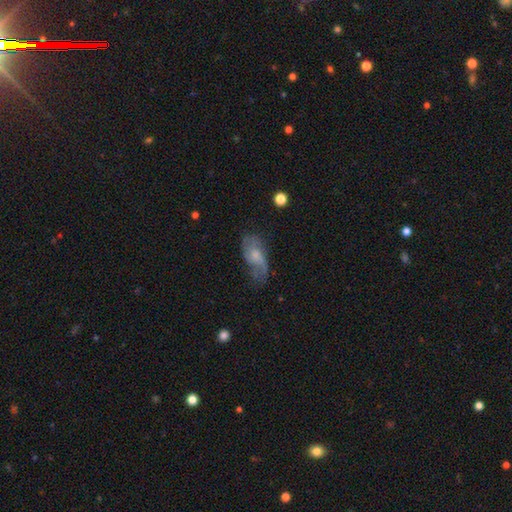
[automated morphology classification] A featured or disk galaxy (54%). Merging: none (44%).